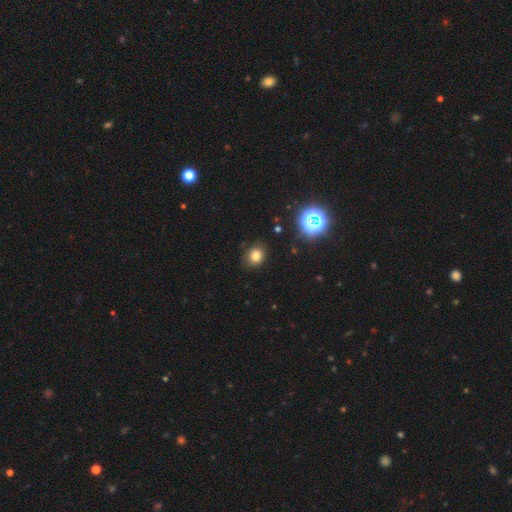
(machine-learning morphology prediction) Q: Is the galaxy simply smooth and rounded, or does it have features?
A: smooth — 77%.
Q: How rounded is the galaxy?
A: round — 67%.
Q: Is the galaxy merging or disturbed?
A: none — 81%.